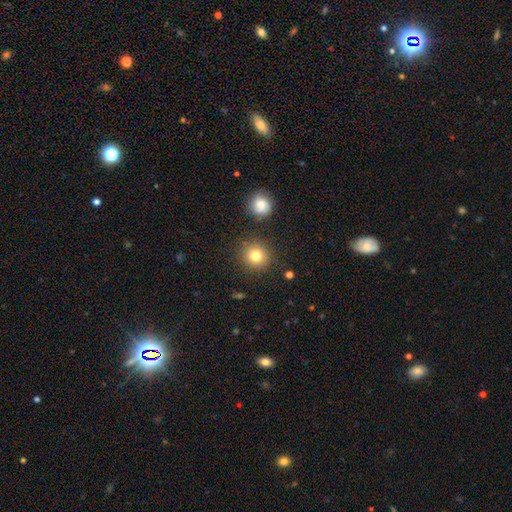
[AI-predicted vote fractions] Smooth or featured? smooth (81%)
How rounded? round (93%)
Merging? none (87%)